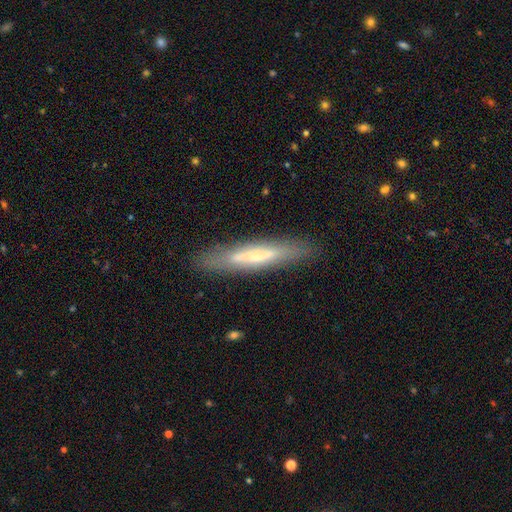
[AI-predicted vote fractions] smooth-or-featured: featured or disk: 47% | smooth: 46% | star or artifact: 7%
  merging: none: 85% | minor disturbance: 11% | major disturbance: 3% | merger: 2%